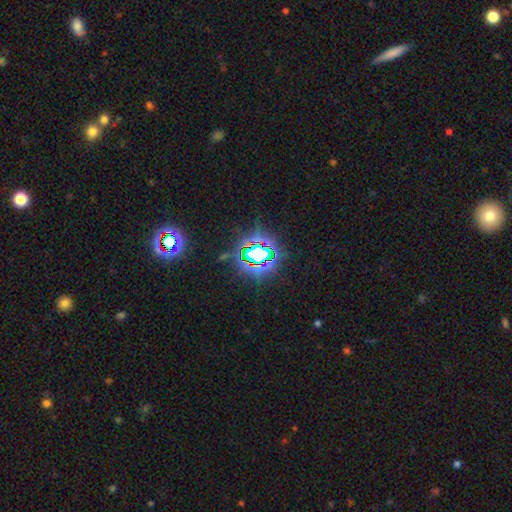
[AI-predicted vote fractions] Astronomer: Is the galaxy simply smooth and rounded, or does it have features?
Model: star or artifact — 76%.